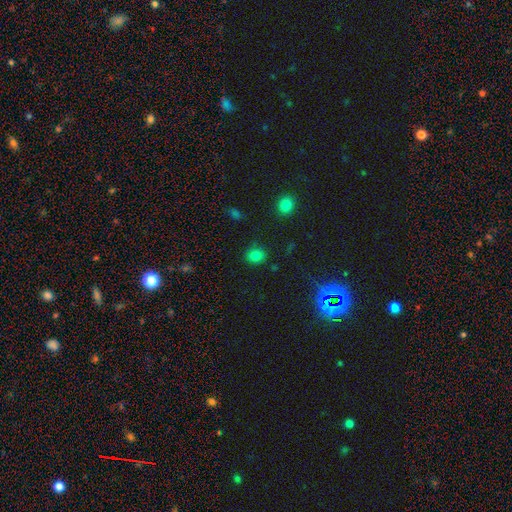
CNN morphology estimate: type=smooth (78%); roundness=round (70%); merging=none (83%).